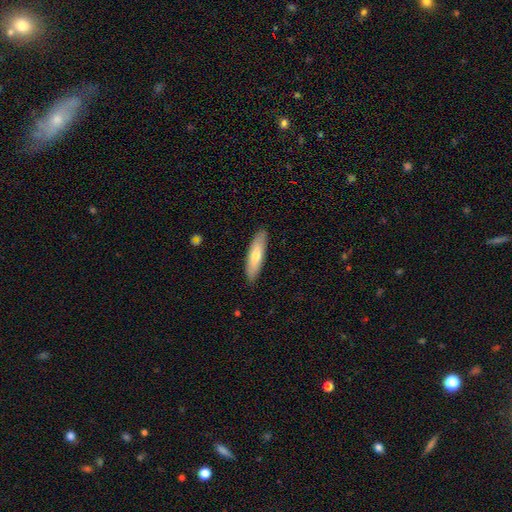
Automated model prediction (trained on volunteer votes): A smooth galaxy with no disk features (65%) that is cigar-shaped (64%).

Vote fractions:
- Smooth or featured? smooth: 65% / featured or disk: 29% / star or artifact: 5%
- How rounded? cigar-shaped: 64% / in between: 34% / round: 2%
- Merging? none: 88% / minor disturbance: 9% / major disturbance: 2% / merger: 1%